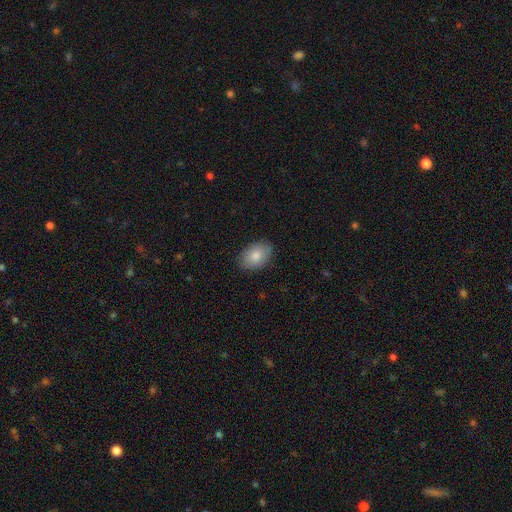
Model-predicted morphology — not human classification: Smooth or featured?
  - smooth: 82% *
  - featured or disk: 11%
  - star or artifact: 7%
How rounded?
  - in between: 85% *
  - round: 14%
  - cigar-shaped: 1%
Merging?
  - none: 86% *
  - minor disturbance: 11%
  - major disturbance: 2%
  - merger: 1%